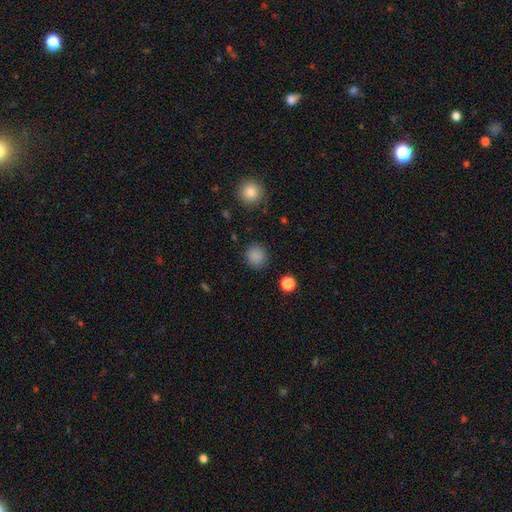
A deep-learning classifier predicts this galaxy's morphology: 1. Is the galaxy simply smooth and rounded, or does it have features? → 86% smooth, 11% star or artifact, 4% featured or disk.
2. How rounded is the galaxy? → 88% round, 11% in between, 1% cigar-shaped.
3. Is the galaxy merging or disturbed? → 88% none, 8% minor disturbance, 3% major disturbance, 1% merger.